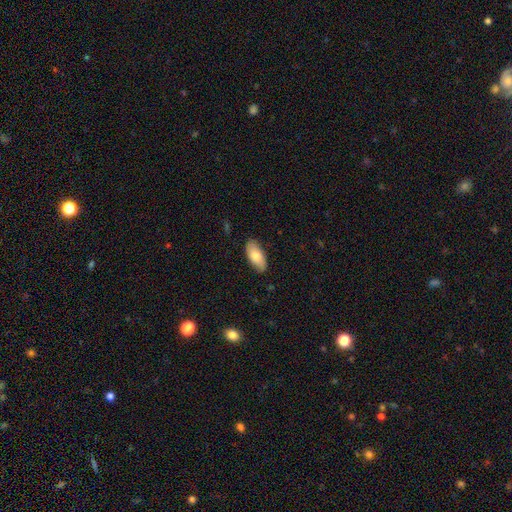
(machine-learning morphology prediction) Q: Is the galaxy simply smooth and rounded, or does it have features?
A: smooth — 77%.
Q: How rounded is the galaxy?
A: in between — 90%.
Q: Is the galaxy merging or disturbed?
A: none — 84%.